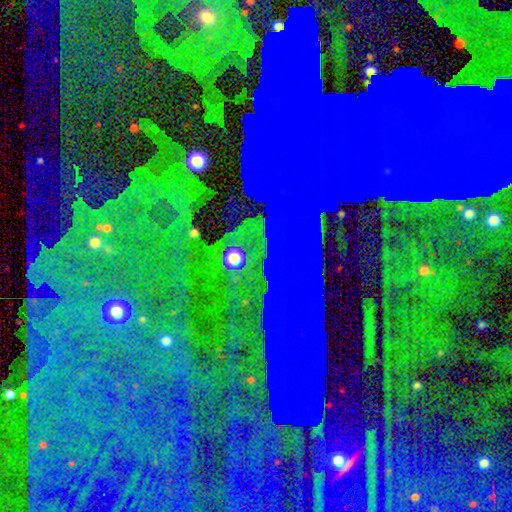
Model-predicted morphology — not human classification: type=star or artifact (81%).